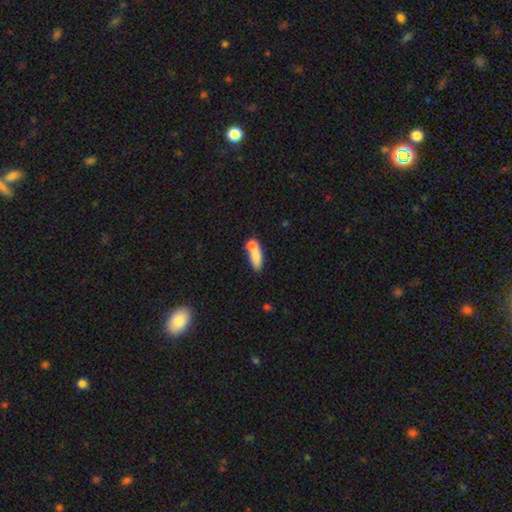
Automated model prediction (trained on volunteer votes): Smooth or featured: smooth — 76% (featured or disk — 16%)
How rounded: in between — 61% (cigar-shaped — 33%)
Merging: merger — 43% (none — 37%)